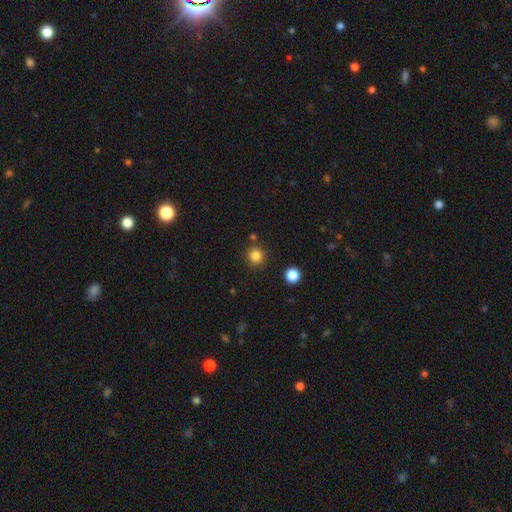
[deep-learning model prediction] A smooth galaxy with no disk features (83%) that is round (93%).

Vote fractions:
- Smooth or featured? smooth: 83% / star or artifact: 13% / featured or disk: 4%
- How rounded? round: 93% / in between: 6% / cigar-shaped: 1%
- Merging? none: 87% / minor disturbance: 7% / merger: 4% / major disturbance: 2%